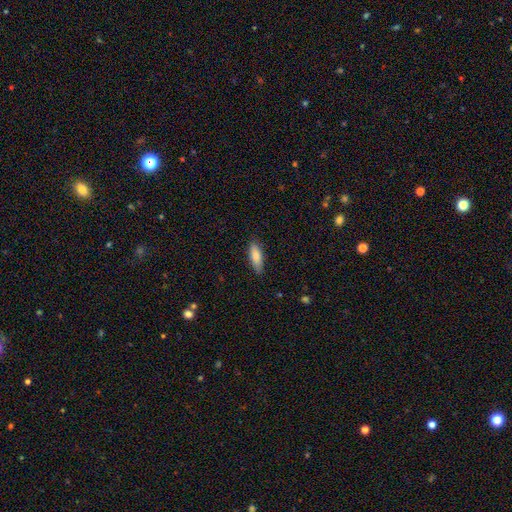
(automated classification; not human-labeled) Smooth or featured?
  - smooth: 79% *
  - featured or disk: 15%
  - star or artifact: 6%
How rounded?
  - in between: 53% *
  - cigar-shaped: 45%
  - round: 2%
Merging?
  - none: 84% *
  - minor disturbance: 13%
  - major disturbance: 2%
  - merger: 1%